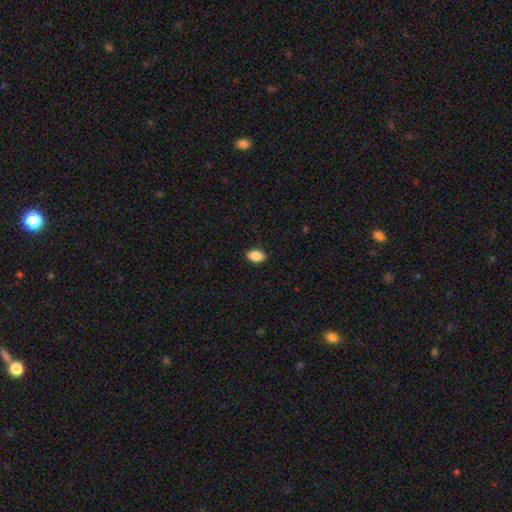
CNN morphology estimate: The model was most divided on "smooth or featured": smooth: 87%, star or artifact: 8%, featured or disk: 5%. More confident: how rounded — in between (90%); merging — none (89%).